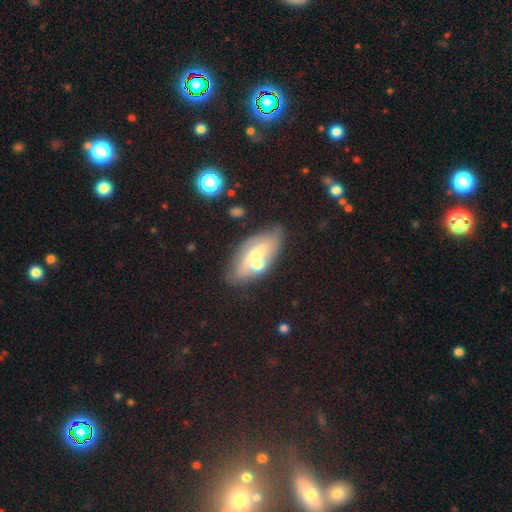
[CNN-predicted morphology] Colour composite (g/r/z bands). It shows a featured or disk galaxy (44%). Merging: none (68%).